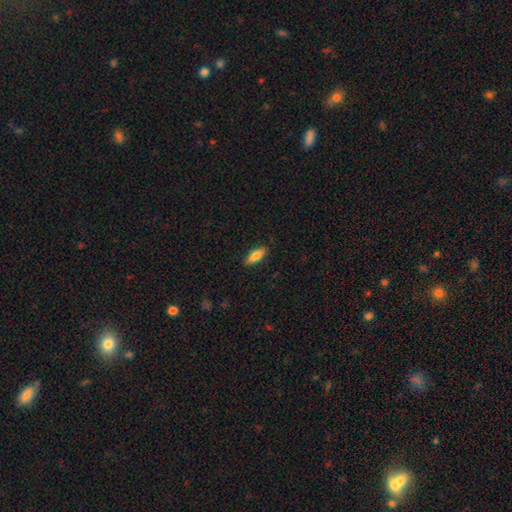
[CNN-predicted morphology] smooth 82%, featured or disk 12%, star or artifact 6%. Down the decision tree: how rounded — in between (70%); merging — none (88%).